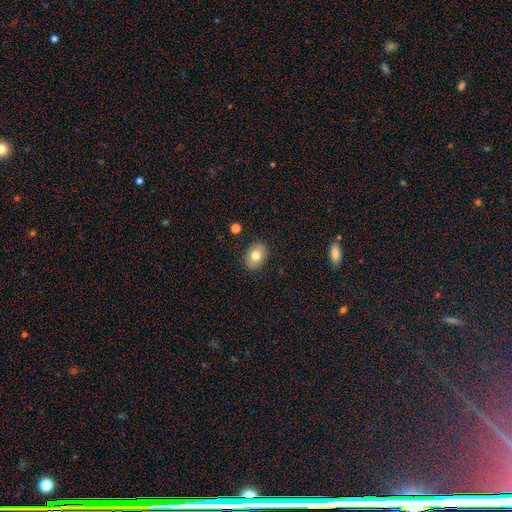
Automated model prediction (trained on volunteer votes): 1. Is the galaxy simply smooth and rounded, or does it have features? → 76% smooth, 15% featured or disk, 9% star or artifact.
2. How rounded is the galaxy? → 64% in between, 35% round, 1% cigar-shaped.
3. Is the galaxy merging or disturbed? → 87% none, 9% minor disturbance, 2% major disturbance, 1% merger.